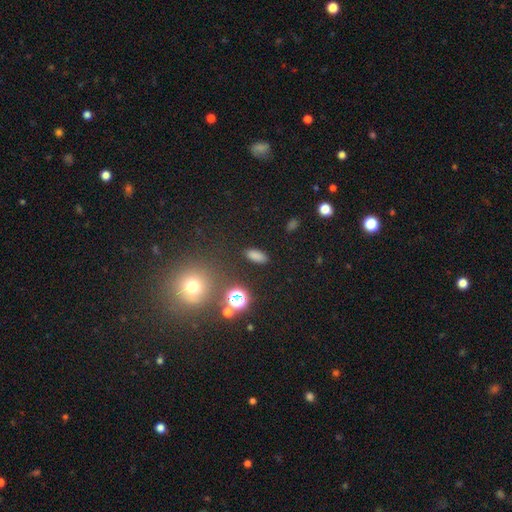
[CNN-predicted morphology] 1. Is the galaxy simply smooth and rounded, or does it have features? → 77% smooth, 17% star or artifact, 6% featured or disk.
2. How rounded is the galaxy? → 80% in between, 14% cigar-shaped, 6% round.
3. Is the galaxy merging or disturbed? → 86% none, 9% minor disturbance, 3% major disturbance, 2% merger.